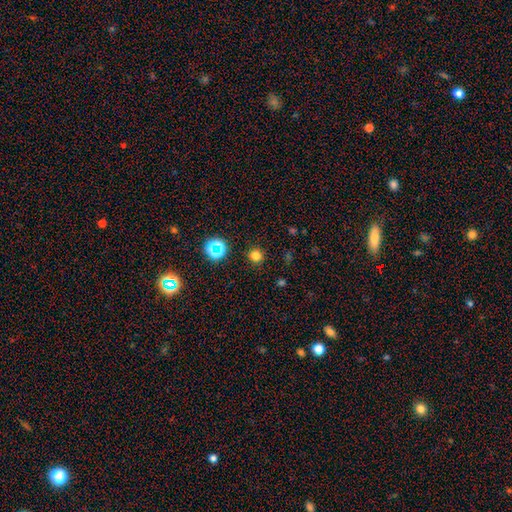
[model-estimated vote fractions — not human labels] smooth-or-featured: smooth: 74% | star or artifact: 20% | featured or disk: 5%
  how-rounded: round: 91% | in between: 8% | cigar-shaped: 1%
  merging: none: 90% | minor disturbance: 6% | major disturbance: 3% | merger: 1%